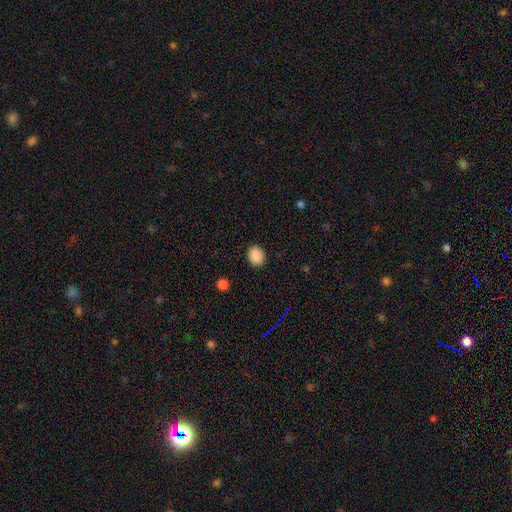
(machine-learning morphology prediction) Q: Smooth or featured?
A: smooth (89%); runner-up: star or artifact (9%)
Q: How rounded?
A: in between (52%); runner-up: round (47%)
Q: Merging?
A: none (89%); runner-up: minor disturbance (8%)